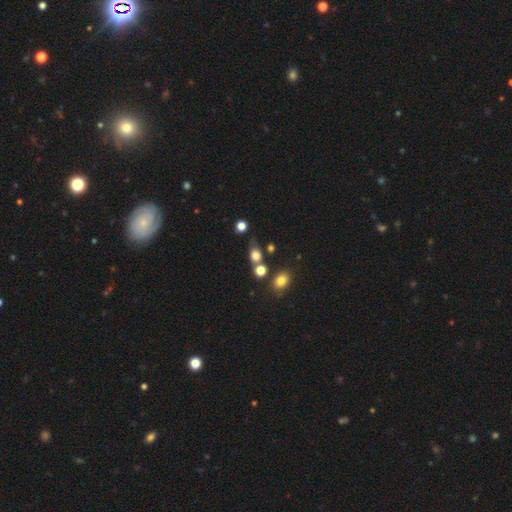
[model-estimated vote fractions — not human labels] Overall: smooth (74%). How rounded: in between (49%; round 48%). Merging: none (57%; minor disturbance 18%).